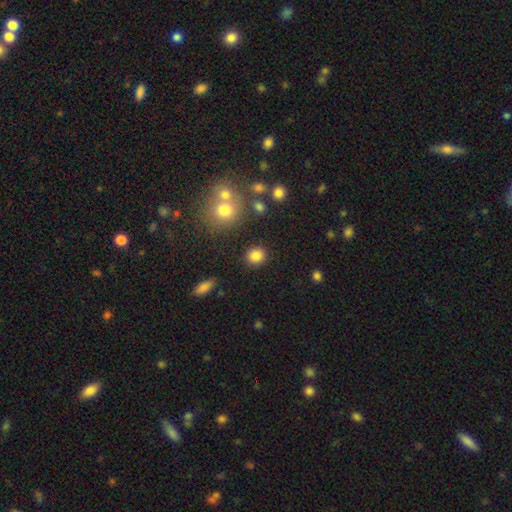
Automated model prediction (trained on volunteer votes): This appears to be a smooth galaxy with no disk features (84%) that is round (84%). Merging: none (87%).